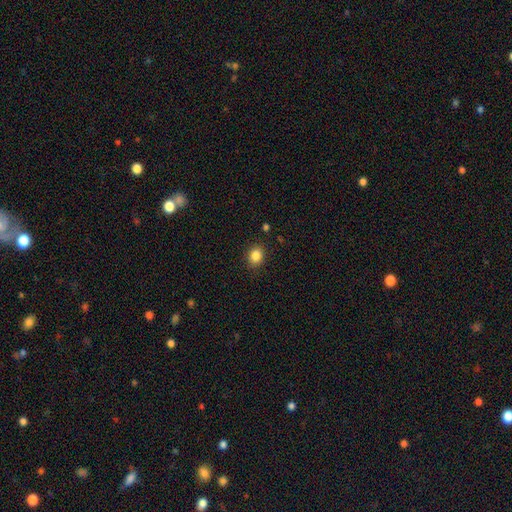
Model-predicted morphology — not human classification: Smooth or featured? Predicted: smooth (p=0.85). How rounded? Predicted: round (p=0.55). Merging? Predicted: none (p=0.88).